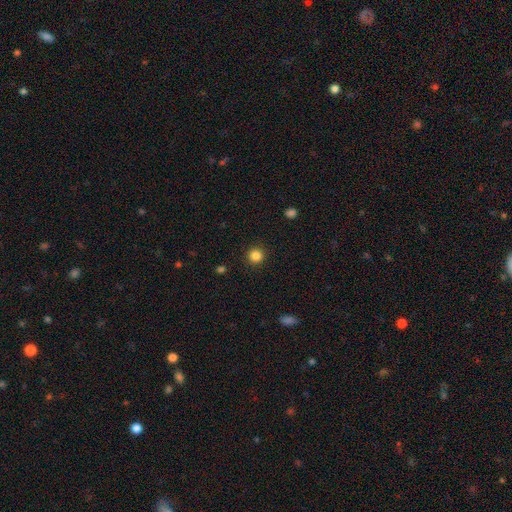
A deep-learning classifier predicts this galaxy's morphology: Overall: smooth (85%). How rounded: round (95%). Merging: none (92%).